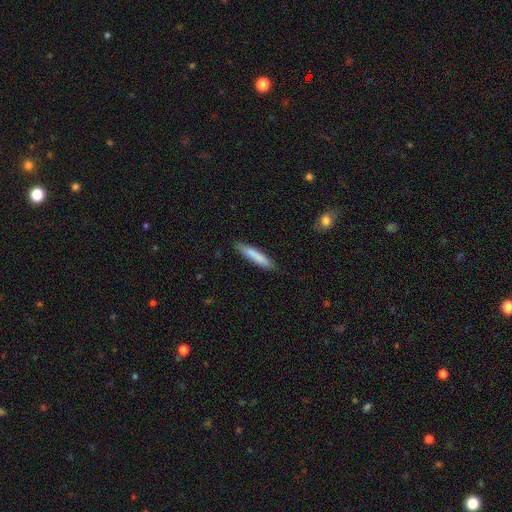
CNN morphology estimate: A smooth galaxy with no disk features (79%) that is cigar-shaped (90%). Merging: none (86%).